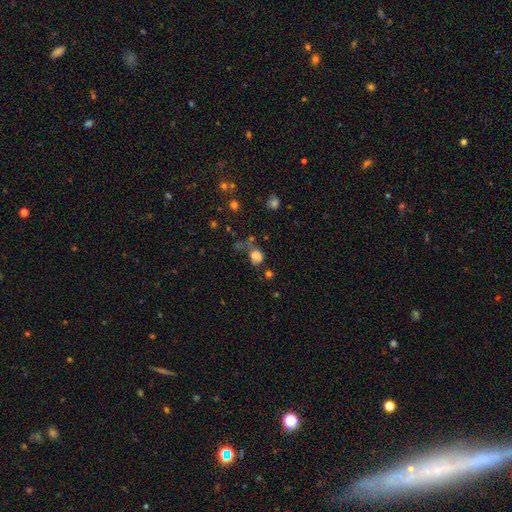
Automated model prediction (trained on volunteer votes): smooth 76%, star or artifact 13%, featured or disk 11%. Down the decision tree: how rounded — round (59%); merging — none (41%).